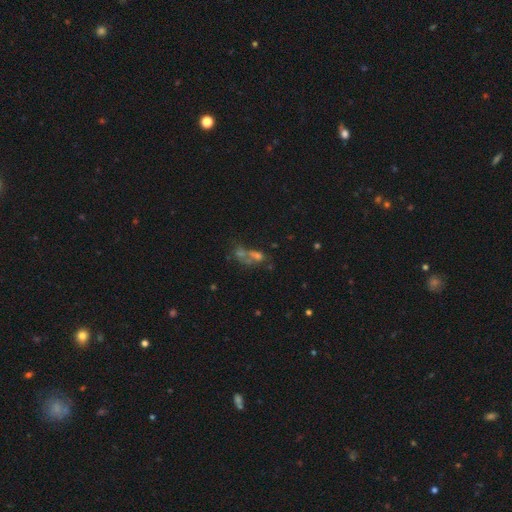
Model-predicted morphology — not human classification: smooth 36%, featured or disk 34%, star or artifact 30%. Down the decision tree: merging — merger (48%).